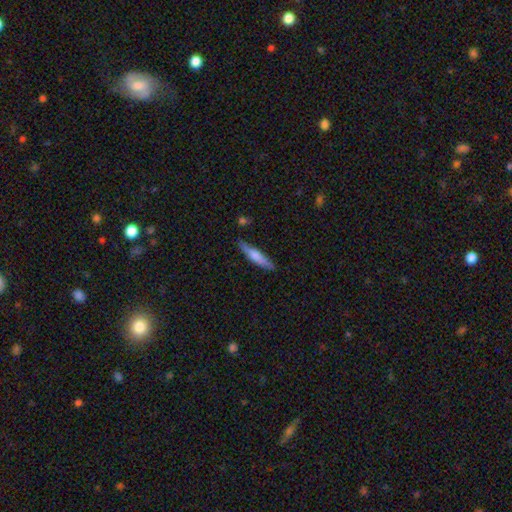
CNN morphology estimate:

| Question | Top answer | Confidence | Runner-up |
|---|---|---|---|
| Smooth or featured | smooth | 64% | featured or disk (31%) |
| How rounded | cigar-shaped | 85% | in between (13%) |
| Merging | none | 79% | minor disturbance (15%) |